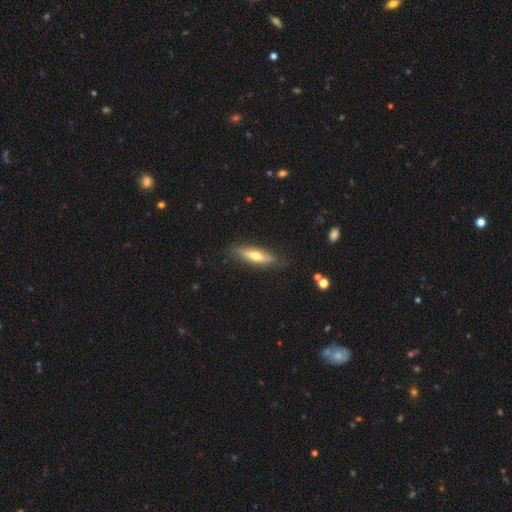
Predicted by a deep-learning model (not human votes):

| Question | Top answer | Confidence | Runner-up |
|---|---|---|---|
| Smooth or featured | smooth | 51% | featured or disk (43%) |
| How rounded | cigar-shaped | 69% | in between (29%) |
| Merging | none | 81% | minor disturbance (14%) |